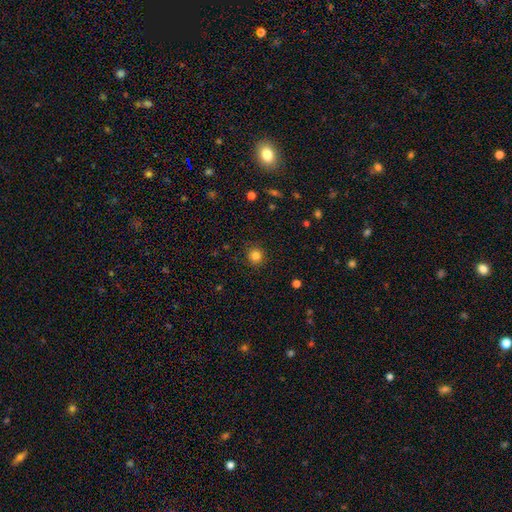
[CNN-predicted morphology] type=smooth (82%); roundness=round (92%); merging=none (88%).